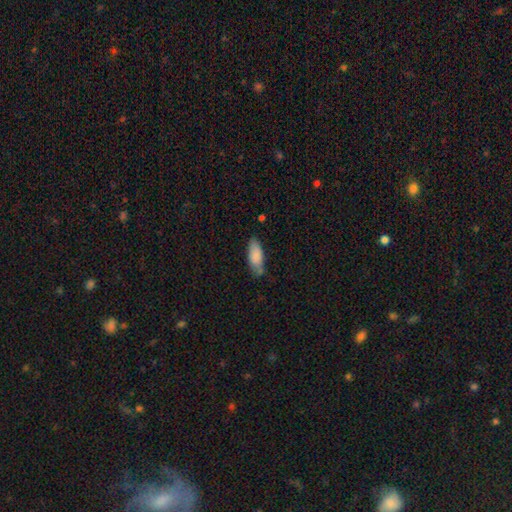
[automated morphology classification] type=smooth (85%); roundness=in between (78%); merging=none (66%).